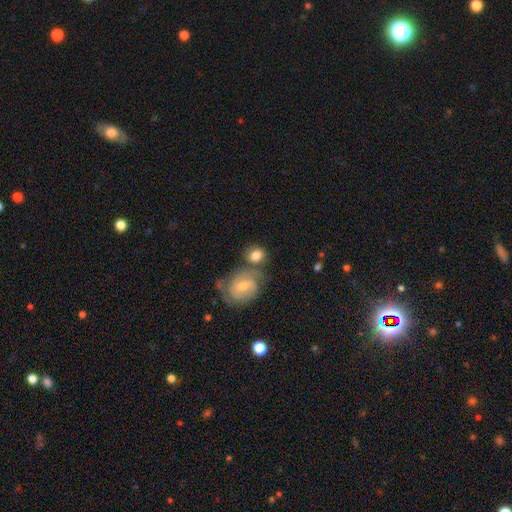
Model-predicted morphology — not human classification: Smooth or featured?
  - smooth: 71% *
  - featured or disk: 22%
  - star or artifact: 7%
How rounded?
  - round: 59% *
  - in between: 39%
  - cigar-shaped: 2%
Merging?
  - none: 49% *
  - merger: 29%
  - minor disturbance: 15%
  - major disturbance: 7%